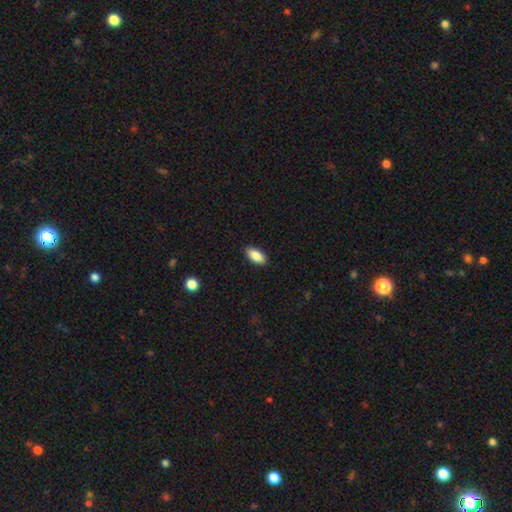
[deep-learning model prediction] This appears to be a smooth galaxy with no disk features (86%) that is in between round and cigar-shaped (86%). Merging: none (89%).